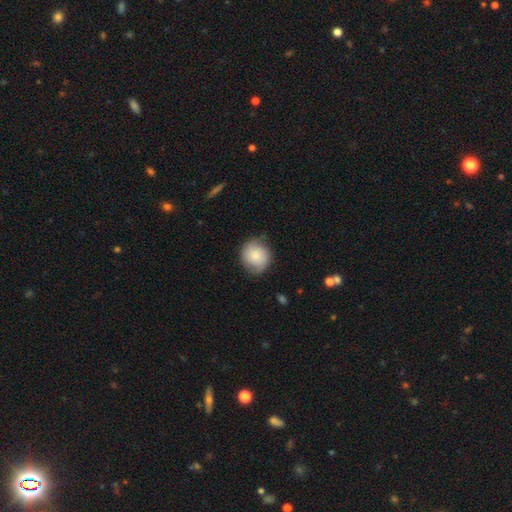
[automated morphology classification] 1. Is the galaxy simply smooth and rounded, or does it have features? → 76% smooth, 17% featured or disk, 7% star or artifact.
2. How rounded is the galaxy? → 84% round, 16% in between, 1% cigar-shaped.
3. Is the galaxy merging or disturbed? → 74% none, 20% minor disturbance, 5% major disturbance, 1% merger.